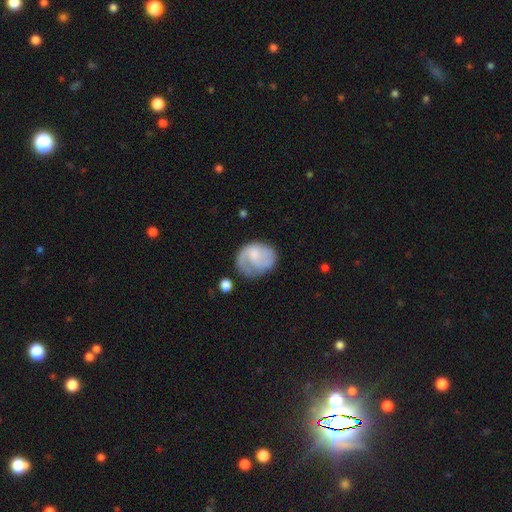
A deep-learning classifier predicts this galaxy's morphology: type=featured or disk (53%); edge-on=no (98%); bar=no (65%); spiral arms=yes (80%); bulge=small (40%); merging=none (49%).